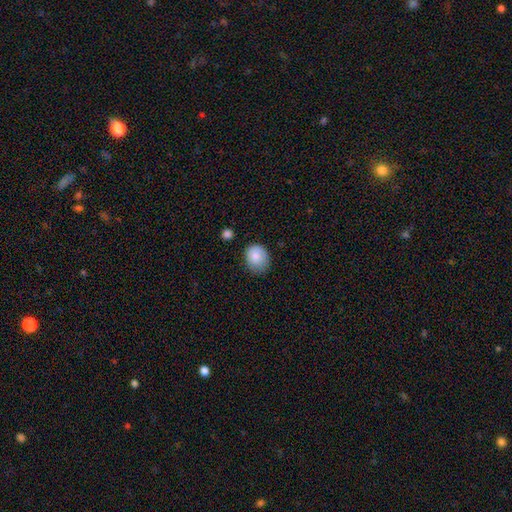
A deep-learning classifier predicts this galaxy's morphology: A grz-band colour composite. It shows a smooth galaxy with no disk features (83%) that is round (62%). Merging: none (66%).